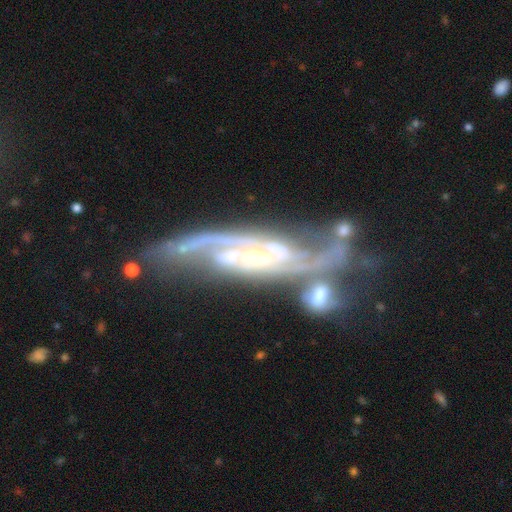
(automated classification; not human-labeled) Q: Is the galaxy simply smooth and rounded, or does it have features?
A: featured or disk — 91%.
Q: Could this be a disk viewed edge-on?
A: no — 87%.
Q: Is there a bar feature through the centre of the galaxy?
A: weak — 40%.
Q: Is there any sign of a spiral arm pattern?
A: yes — 97%.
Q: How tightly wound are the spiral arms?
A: medium — 51%.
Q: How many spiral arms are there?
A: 2 — 81%.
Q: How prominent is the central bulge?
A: small — 52%.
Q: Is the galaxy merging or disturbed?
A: none — 48%.